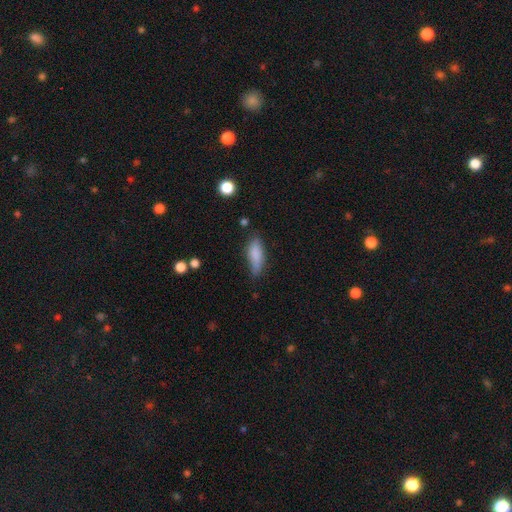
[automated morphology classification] This is clearly a smooth galaxy (83%). How rounded: likely in between (64%). Merging: likely none (66%).